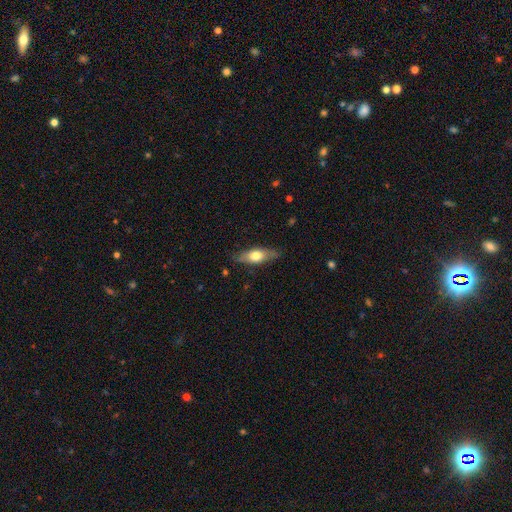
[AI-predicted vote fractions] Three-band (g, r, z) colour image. It shows a smooth galaxy with no disk features (58%) that is in between round and cigar-shaped (60%). Merging: none (80%).